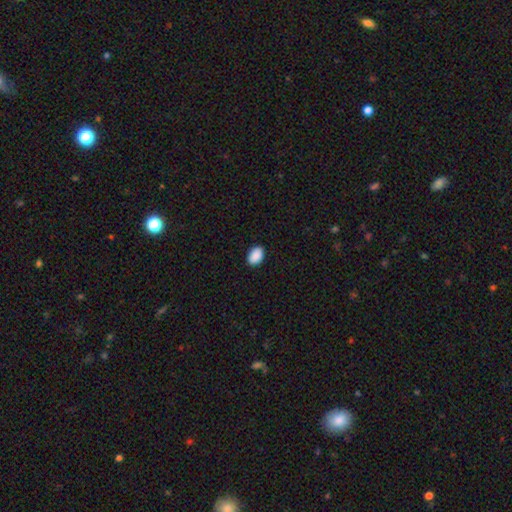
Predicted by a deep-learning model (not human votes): Smooth or featured? Predicted: smooth (p=0.91). How rounded? Predicted: in between (p=0.87). Merging? Predicted: none (p=0.90).